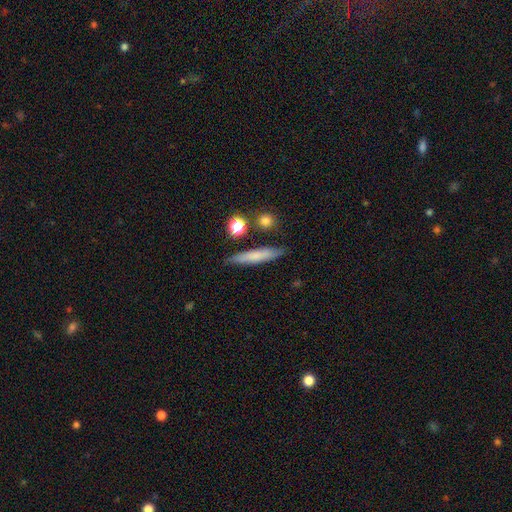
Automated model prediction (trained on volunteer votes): smooth 68%, featured or disk 24%, star or artifact 8%. Down the decision tree: how rounded — cigar-shaped (87%); merging — none (83%).